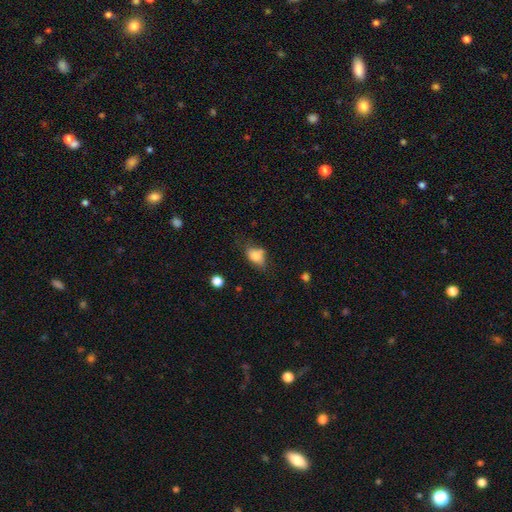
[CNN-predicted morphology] smooth-or-featured: smooth: 76% | featured or disk: 14% | star or artifact: 10%
  how-rounded: in between: 81% | round: 15% | cigar-shaped: 4%
  merging: none: 51% | minor disturbance: 31% | major disturbance: 11% | merger: 8%